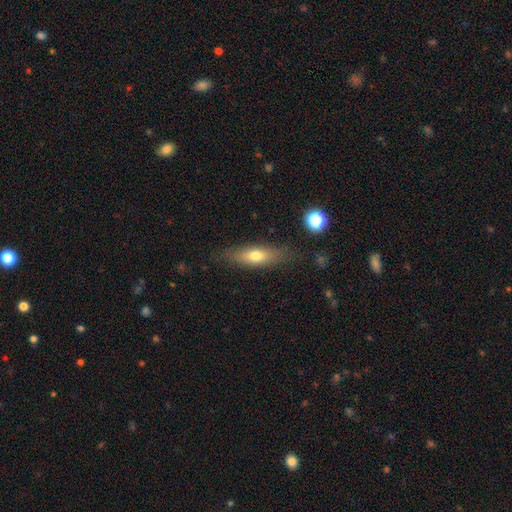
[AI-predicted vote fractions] Smooth or featured? Predicted: smooth (p=0.64). How rounded? Predicted: in between (p=0.49). Merging? Predicted: none (p=0.79).